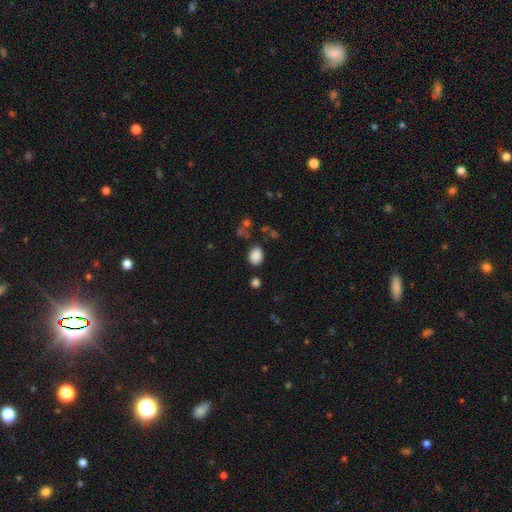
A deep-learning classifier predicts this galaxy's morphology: Smooth or featured?
  - smooth: 86% *
  - star or artifact: 10%
  - featured or disk: 4%
How rounded?
  - in between: 73% *
  - round: 26%
  - cigar-shaped: 1%
Merging?
  - none: 77% *
  - minor disturbance: 14%
  - merger: 5%
  - major disturbance: 4%